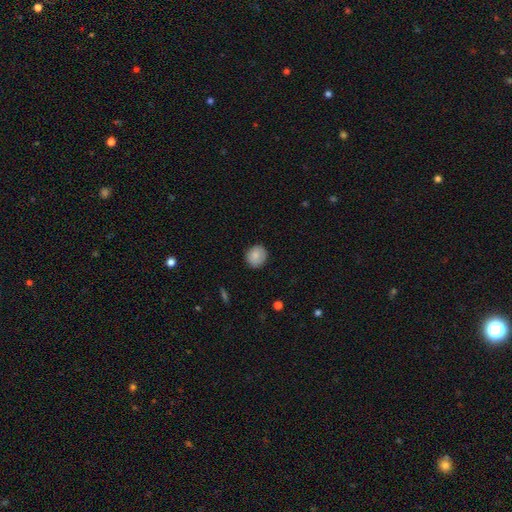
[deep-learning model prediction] smooth 84%, featured or disk 9%, star or artifact 7%. Down the decision tree: how rounded — round (83%); merging — none (86%).